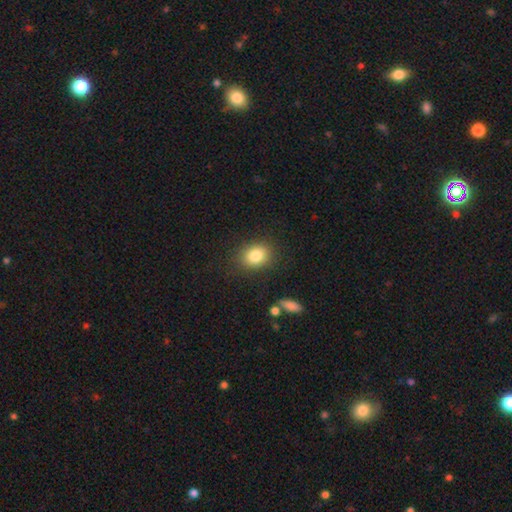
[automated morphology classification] A smooth galaxy with no disk features (83%) that is in between round and cigar-shaped (59%).

Vote fractions:
- Smooth or featured? smooth: 83% / star or artifact: 9% / featured or disk: 7%
- How rounded? in between: 59% / round: 40% / cigar-shaped: 1%
- Merging? none: 84% / minor disturbance: 11% / major disturbance: 4% / merger: 2%